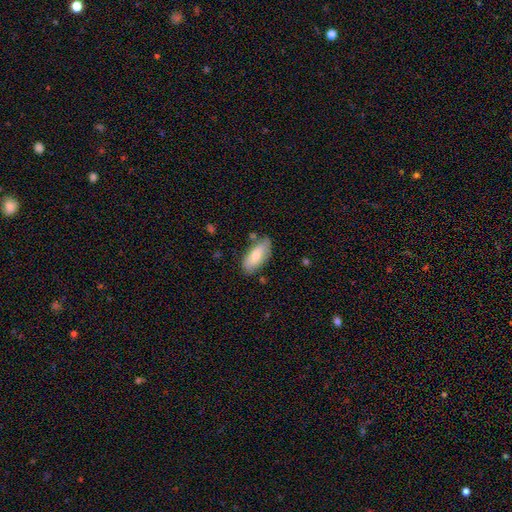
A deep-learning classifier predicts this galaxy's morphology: A smooth galaxy with no disk features (70%) that is in between round and cigar-shaped (89%). Merging: none (74%).